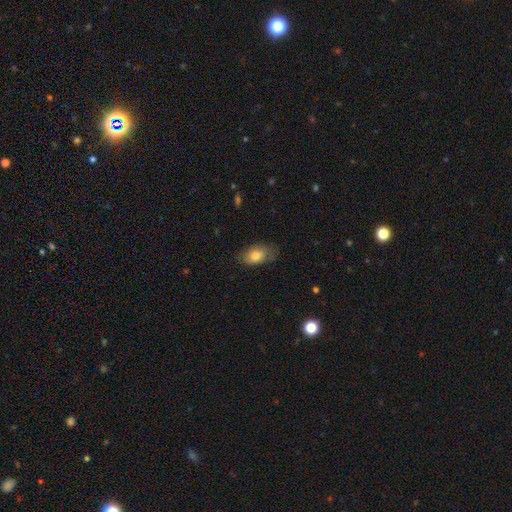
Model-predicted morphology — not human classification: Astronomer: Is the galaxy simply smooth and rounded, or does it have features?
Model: smooth — 79%.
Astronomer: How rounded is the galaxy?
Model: in between — 89%.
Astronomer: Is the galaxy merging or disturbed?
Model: none — 71%.